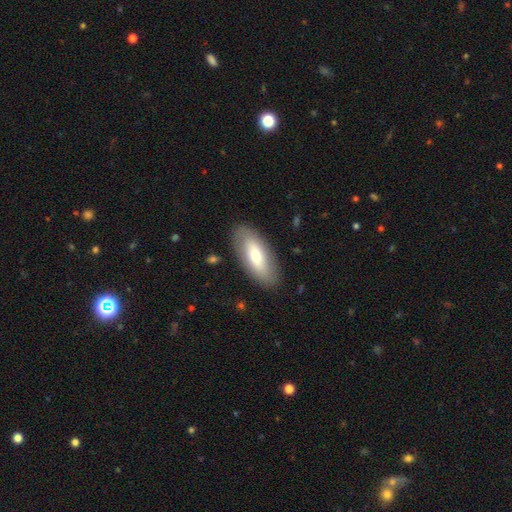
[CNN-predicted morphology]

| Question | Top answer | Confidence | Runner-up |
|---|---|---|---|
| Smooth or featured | smooth | 65% | featured or disk (29%) |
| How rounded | in between | 85% | cigar-shaped (13%) |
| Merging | none | 86% | minor disturbance (10%) |